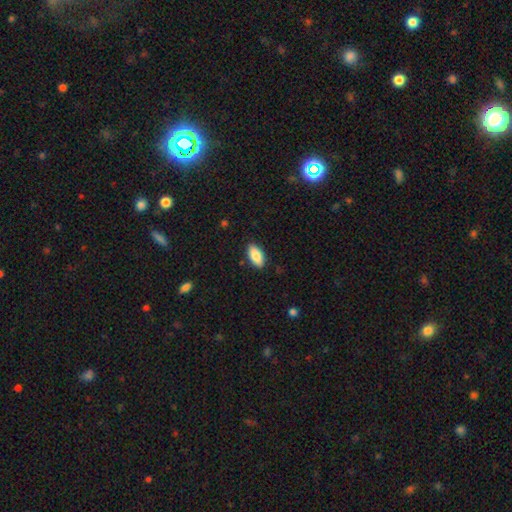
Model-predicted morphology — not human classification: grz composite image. It shows a smooth galaxy with no disk features (86%) that is in between round and cigar-shaped (91%). Merging: none (87%).